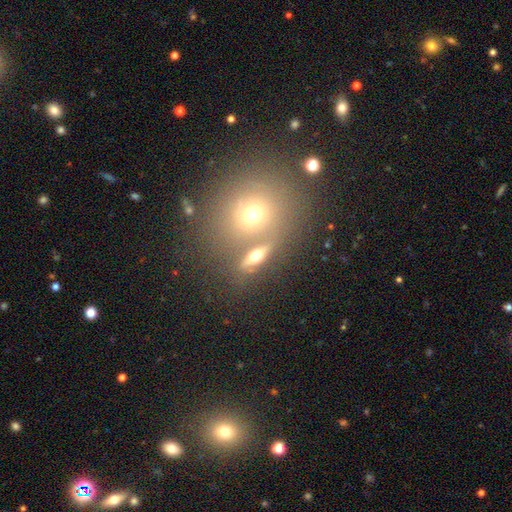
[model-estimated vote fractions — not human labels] Q: Smooth or featured?
A: smooth (49%); runner-up: featured or disk (37%)
Q: Merging?
A: none (65%); runner-up: merger (19%)